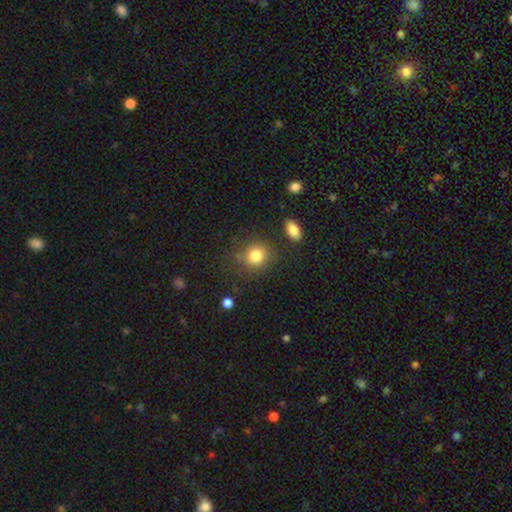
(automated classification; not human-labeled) Smooth or featured?
  - smooth: 83% *
  - star or artifact: 10%
  - featured or disk: 7%
How rounded?
  - round: 77% *
  - in between: 22%
  - cigar-shaped: 1%
Merging?
  - none: 76% *
  - minor disturbance: 14%
  - major disturbance: 5%
  - merger: 5%